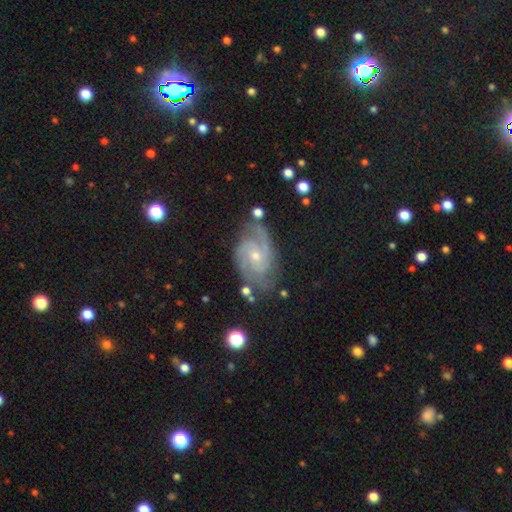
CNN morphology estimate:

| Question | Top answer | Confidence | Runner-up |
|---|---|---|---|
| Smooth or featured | featured or disk | 90% | star or artifact (5%) |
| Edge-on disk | no | 97% | yes (3%) |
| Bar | no | 64% | weak (30%) |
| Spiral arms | yes | 98% | no (2%) |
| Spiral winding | tight | 48% | medium (44%) |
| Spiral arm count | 3 | 36% | 2 (35%) |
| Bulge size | small | 65% | moderate (32%) |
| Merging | none | 71% | minor disturbance (20%) |